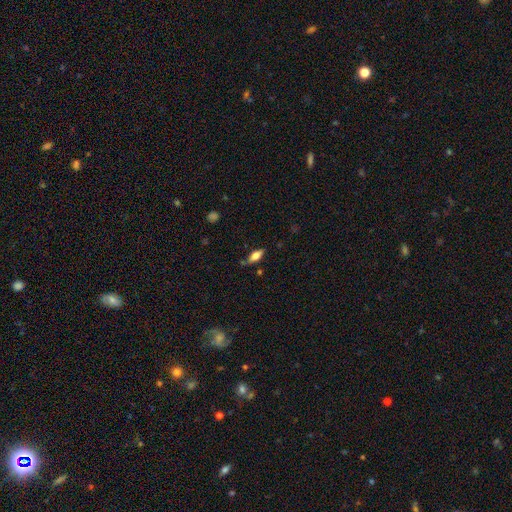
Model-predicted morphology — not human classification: Q: Smooth or featured?
A: smooth (59%); runner-up: featured or disk (34%)
Q: How rounded?
A: in between (70%); runner-up: cigar-shaped (27%)
Q: Merging?
A: none (76%); runner-up: minor disturbance (17%)